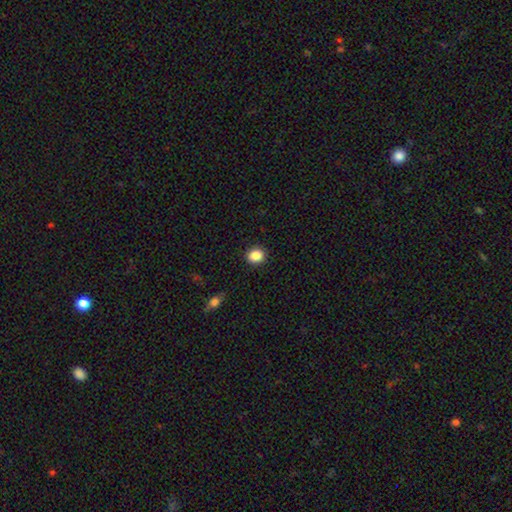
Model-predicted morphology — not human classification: Smooth or featured? Predicted: smooth (p=0.87). How rounded? Predicted: round (p=0.66). Merging? Predicted: none (p=0.91).